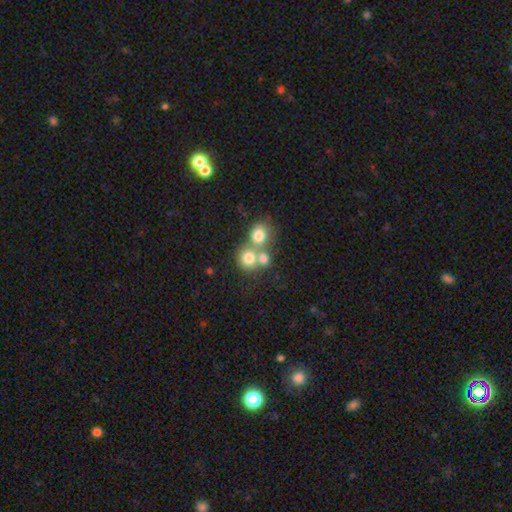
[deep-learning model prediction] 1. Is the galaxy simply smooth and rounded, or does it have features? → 70% smooth, 16% featured or disk, 14% star or artifact.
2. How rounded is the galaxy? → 82% round, 17% in between, 1% cigar-shaped.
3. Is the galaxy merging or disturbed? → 53% merger, 38% none, 6% minor disturbance, 3% major disturbance.